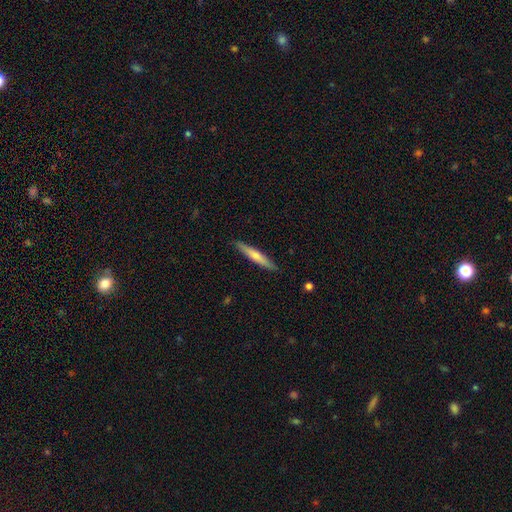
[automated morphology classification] A smooth galaxy with no disk features (63%) that is cigar-shaped (93%).

Vote fractions:
- Smooth or featured? smooth: 63% / featured or disk: 32% / star or artifact: 5%
- How rounded? cigar-shaped: 93% / in between: 6% / round: 1%
- Merging? none: 89% / minor disturbance: 8% / major disturbance: 1% / merger: 1%